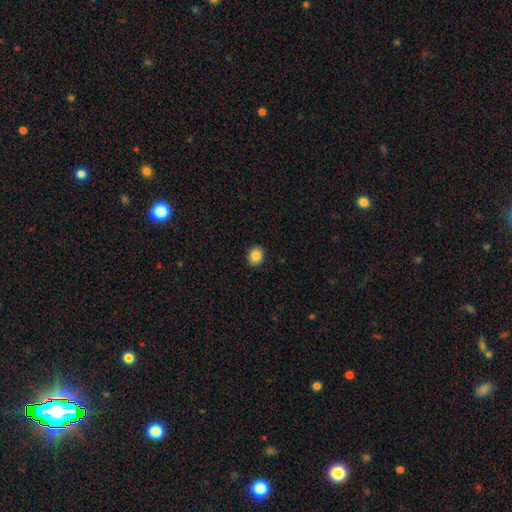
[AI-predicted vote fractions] This is clearly a smooth galaxy (86%). How rounded: possibly round (59%). Merging: clearly none (91%).